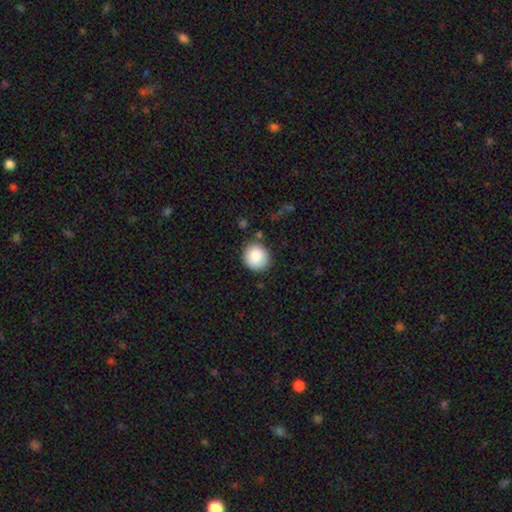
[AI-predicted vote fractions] smooth_or_featured: smooth (p=0.84) [alt: star or artifact p=0.08]
how_rounded: round (p=0.86) [alt: in between p=0.13]
merging: none (p=0.84) [alt: minor disturbance p=0.11]